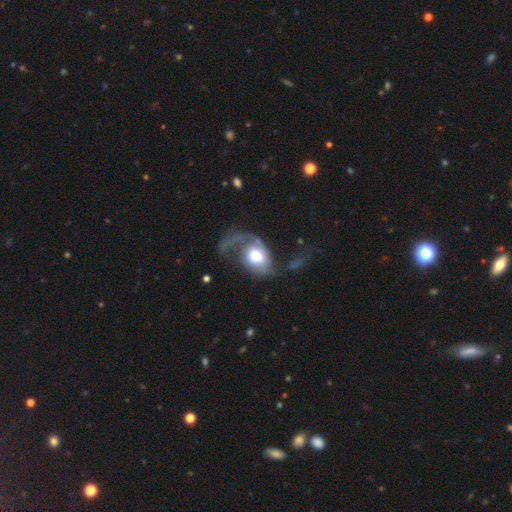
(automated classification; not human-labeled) The model was most divided on "bulge size": moderate: 45%, large: 41%, dominant: 9%, small: 4%, none: 1%. Remaining: edge-on disk — no (97%); spiral arms — yes (86%); bar — no (72%); smooth or featured — featured or disk (71%); spiral winding — loose (62%); spiral arm count — 2 (57%); merging — major disturbance (46%).